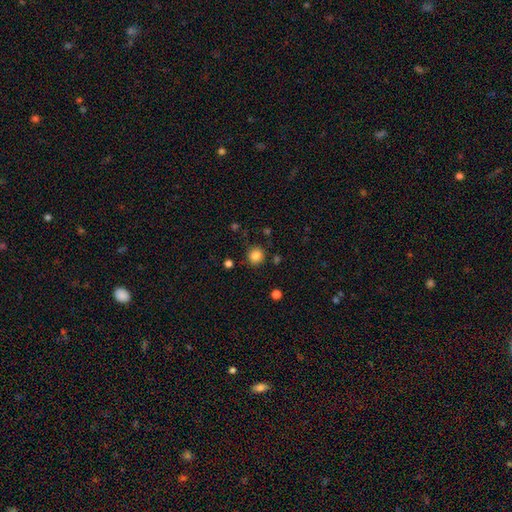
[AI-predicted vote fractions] smooth 84%, star or artifact 12%, featured or disk 4%. Down the decision tree: how rounded — round (90%); merging — none (86%).